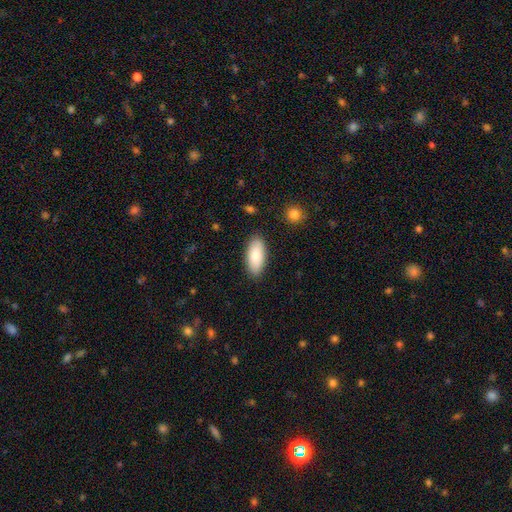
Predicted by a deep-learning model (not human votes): This is clearly a smooth galaxy (85%). How rounded: clearly in between (88%). Merging: clearly none (87%).